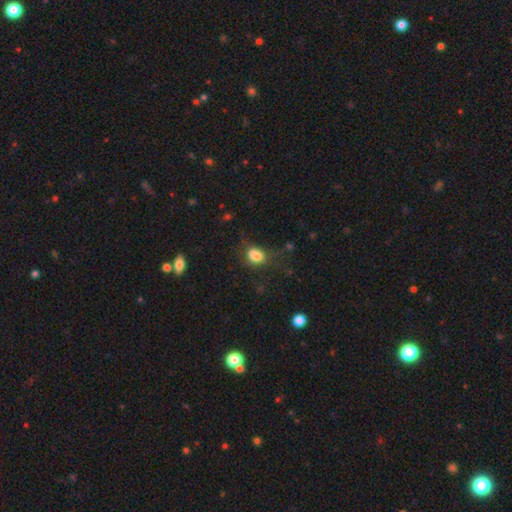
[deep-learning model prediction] Overall: smooth (81%). How rounded: in between (61%; round 37%). Merging: none (50%; minor disturbance 27%).